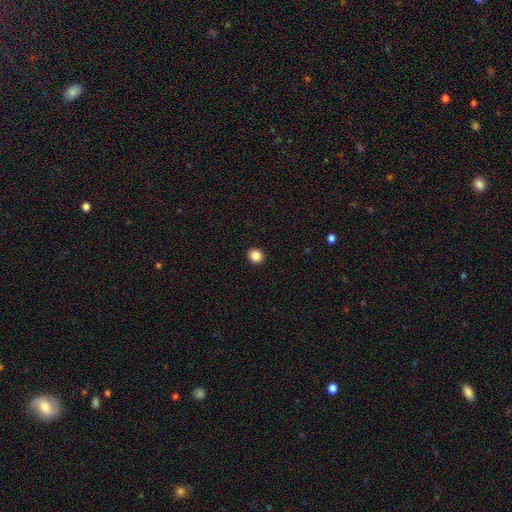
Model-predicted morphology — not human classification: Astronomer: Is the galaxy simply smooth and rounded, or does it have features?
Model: smooth — 86%.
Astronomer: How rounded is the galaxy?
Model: round — 81%.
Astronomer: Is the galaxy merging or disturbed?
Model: none — 93%.